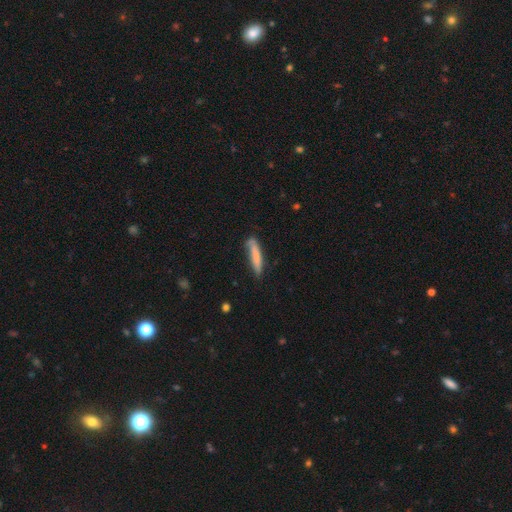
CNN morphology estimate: smooth_or_featured: smooth (p=0.75) [alt: featured or disk p=0.18]
how_rounded: cigar-shaped (p=0.88) [alt: in between p=0.11]
merging: none (p=0.66) [alt: minor disturbance p=0.25]